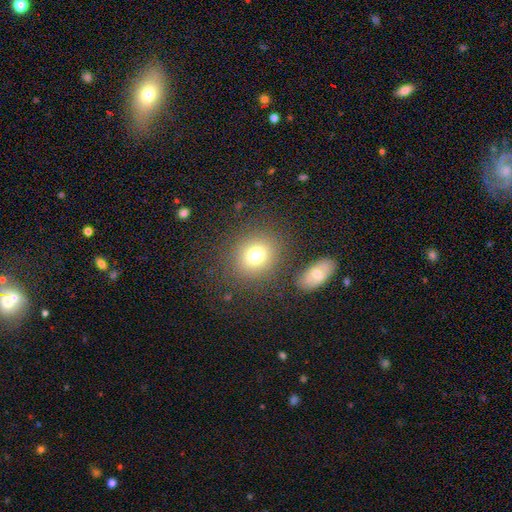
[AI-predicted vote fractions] Morphology: type=smooth (76%); roundness=round (71%); merging=none (81%).